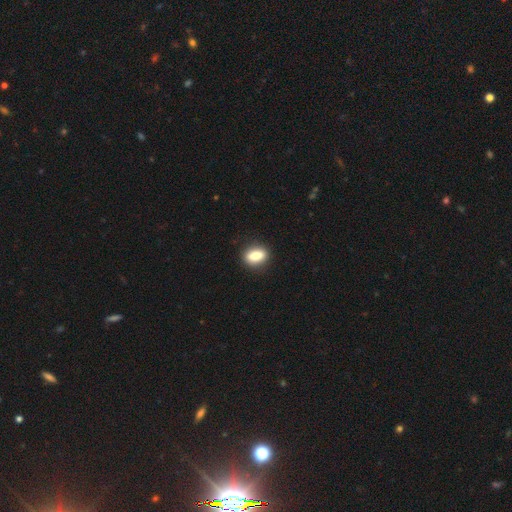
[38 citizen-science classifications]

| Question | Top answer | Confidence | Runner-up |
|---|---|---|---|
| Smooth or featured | smooth | 87% | featured or disk (8%) |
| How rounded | in between | 85% | cigar-shaped (12%) |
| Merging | none | 89% | minor disturbance (11%) |